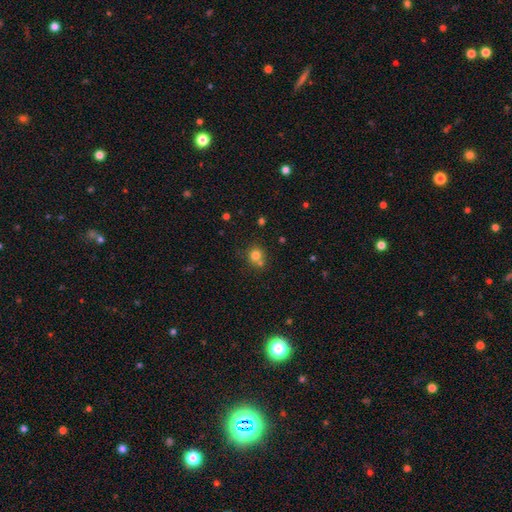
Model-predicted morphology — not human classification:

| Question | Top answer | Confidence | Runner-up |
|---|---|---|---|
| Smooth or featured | smooth | 77% | star or artifact (14%) |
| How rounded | round | 88% | in between (11%) |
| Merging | none | 59% | merger (29%) |